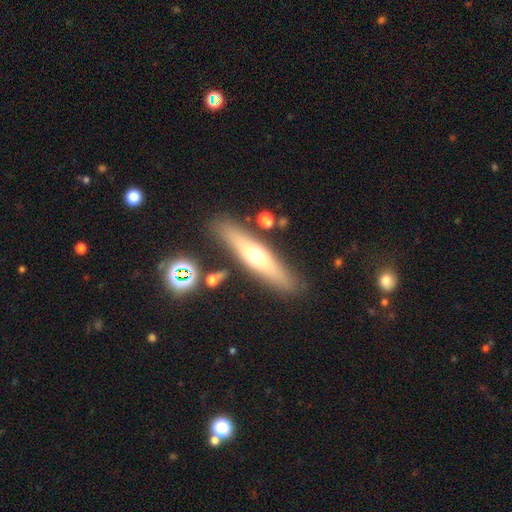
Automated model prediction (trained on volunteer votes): The model was most divided on "smooth or featured": featured or disk: 49%, smooth: 43%, star or artifact: 8%. More confident: merging — none (84%).